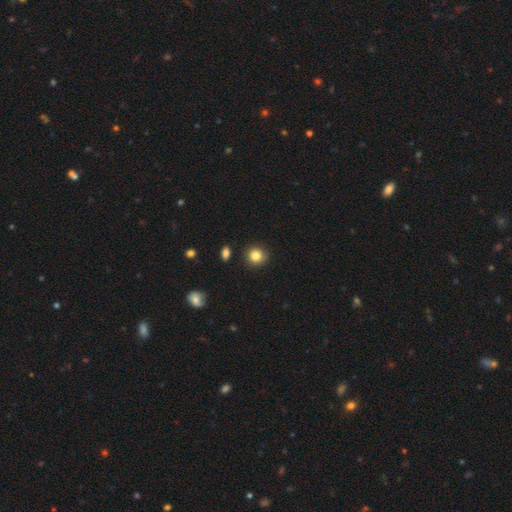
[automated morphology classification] type=smooth (85%); roundness=round (90%); merging=none (87%).